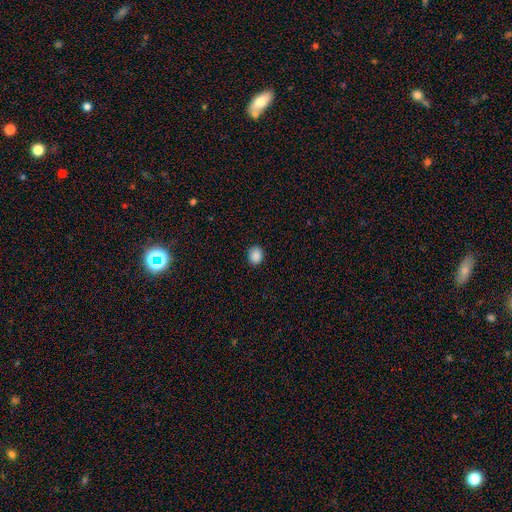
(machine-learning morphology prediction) Smooth or featured? smooth (88%)
How rounded? round (55%)
Merging? none (89%)